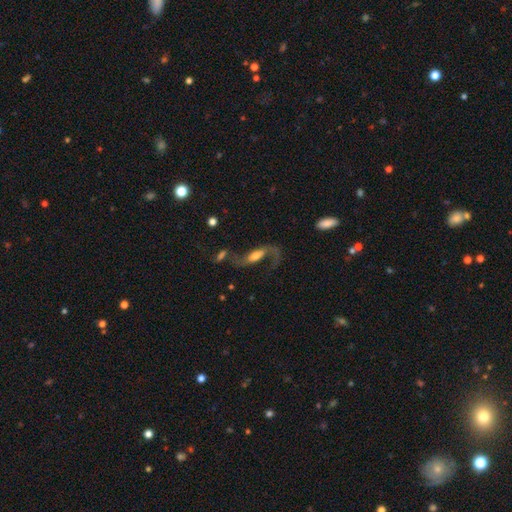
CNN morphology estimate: The model was most divided on "bar": weak: 39%, no: 35%, strong: 26%. Remaining: spiral arms — yes (90%); edge-on disk — no (88%); spiral winding — loose (83%); spiral arm count — 2 (80%); smooth or featured — featured or disk (75%); bulge size — moderate (49%); merging — none (48%).